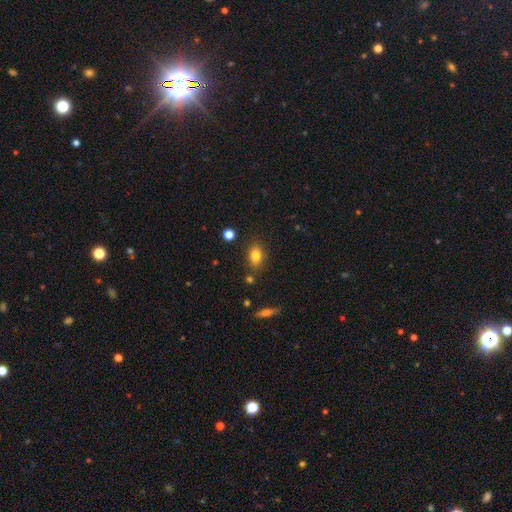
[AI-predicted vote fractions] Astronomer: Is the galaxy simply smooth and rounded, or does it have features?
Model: smooth — 81%.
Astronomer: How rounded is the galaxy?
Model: in between — 76%.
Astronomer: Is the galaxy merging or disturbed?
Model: none — 81%.